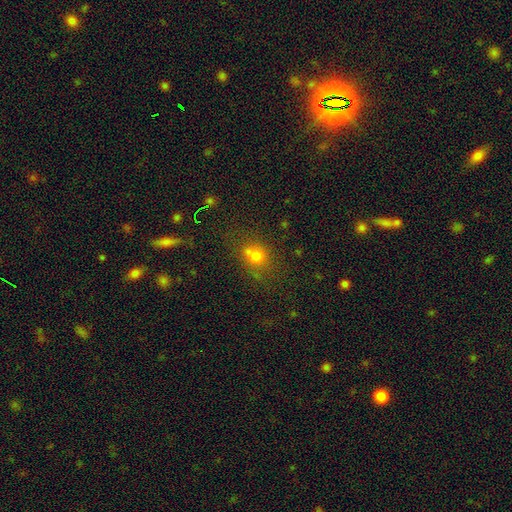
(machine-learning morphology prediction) Smooth or featured?
  - smooth: 70% *
  - star or artifact: 18%
  - featured or disk: 12%
How rounded?
  - round: 61% *
  - in between: 37%
  - cigar-shaped: 2%
Merging?
  - none: 54% *
  - merger: 22%
  - minor disturbance: 16%
  - major disturbance: 8%